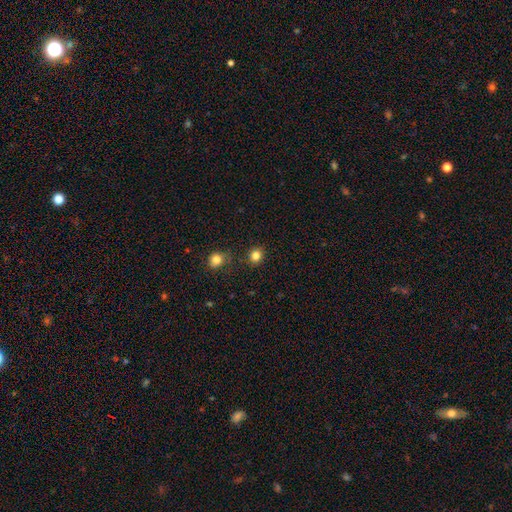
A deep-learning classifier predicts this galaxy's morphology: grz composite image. It shows a smooth galaxy with no disk features (82%) that is round (77%). Merging: none (84%).